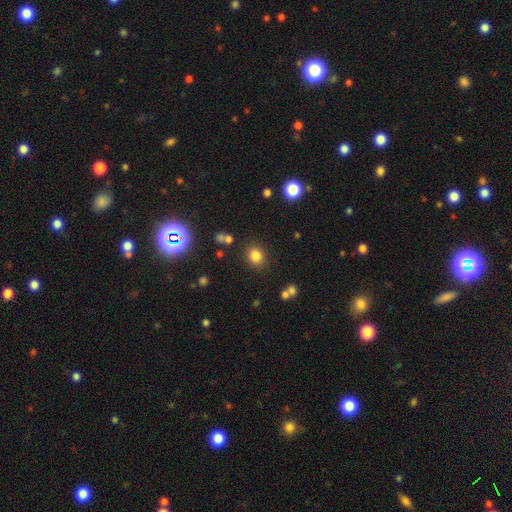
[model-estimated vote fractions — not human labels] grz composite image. It shows a smooth galaxy with no disk features (79%) that is round (78%). Merging: none (83%).